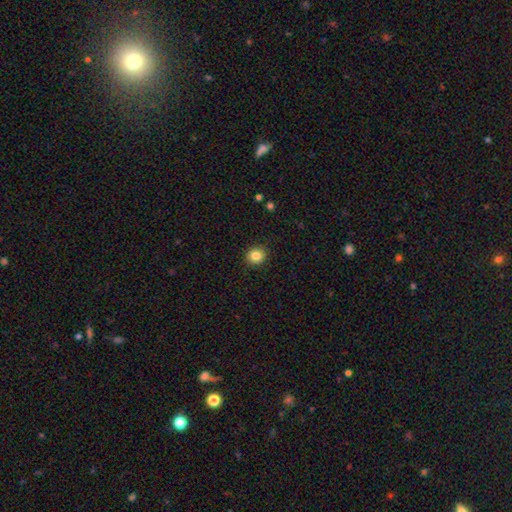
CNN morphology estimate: The model was most divided on "how rounded": round: 86%, in between: 14%, cigar-shaped: 1%. More confident: merging — none (91%); smooth or featured — smooth (85%).